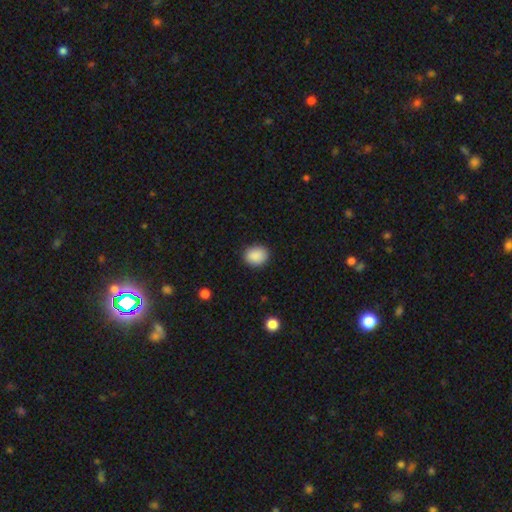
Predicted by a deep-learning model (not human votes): smooth-or-featured: smooth: 89% | star or artifact: 8% | featured or disk: 3%
  how-rounded: round: 54% | in between: 45% | cigar-shaped: 1%
  merging: none: 86% | minor disturbance: 11% | major disturbance: 2% | merger: 1%